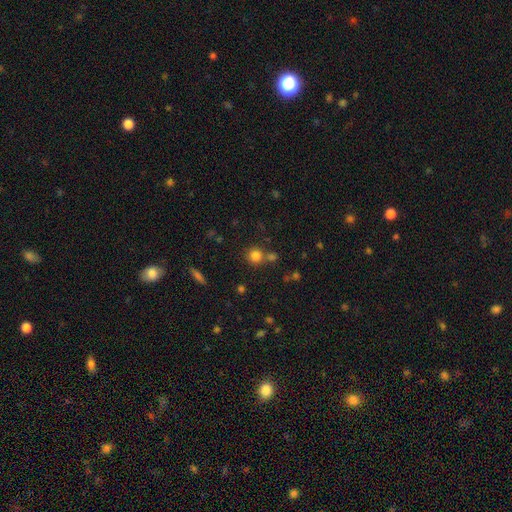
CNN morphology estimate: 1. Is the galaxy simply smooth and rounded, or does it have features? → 80% smooth, 13% star or artifact, 6% featured or disk.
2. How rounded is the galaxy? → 91% round, 8% in between, 1% cigar-shaped.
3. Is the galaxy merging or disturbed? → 68% none, 21% merger, 8% minor disturbance, 3% major disturbance.